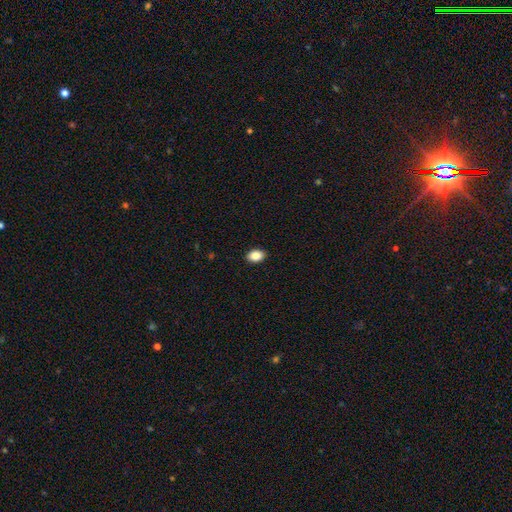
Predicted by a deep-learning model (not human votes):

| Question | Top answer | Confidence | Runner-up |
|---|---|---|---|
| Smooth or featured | smooth | 88% | star or artifact (8%) |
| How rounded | in between | 79% | round (20%) |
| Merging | none | 90% | minor disturbance (7%) |